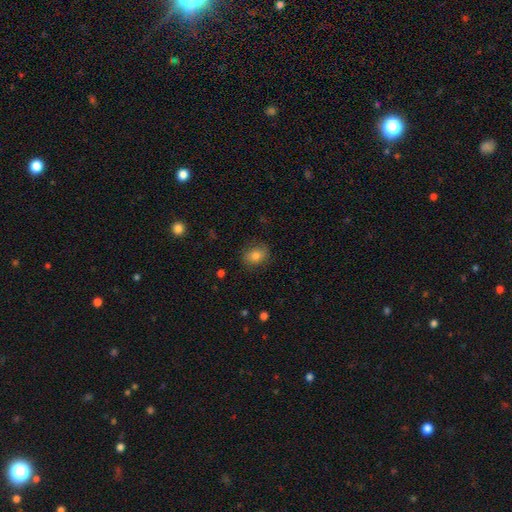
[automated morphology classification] Q: Smooth or featured?
A: smooth (79%); runner-up: featured or disk (11%)
Q: How rounded?
A: in between (55%); runner-up: round (44%)
Q: Merging?
A: none (80%); runner-up: minor disturbance (15%)